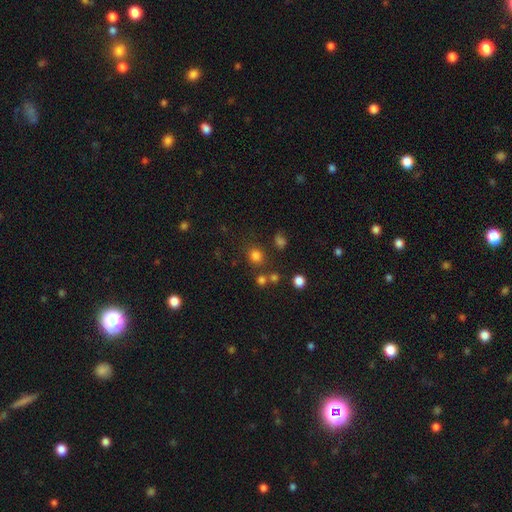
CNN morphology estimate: A smooth galaxy with no disk features (77%) that is round (80%). Merging: none (76%).